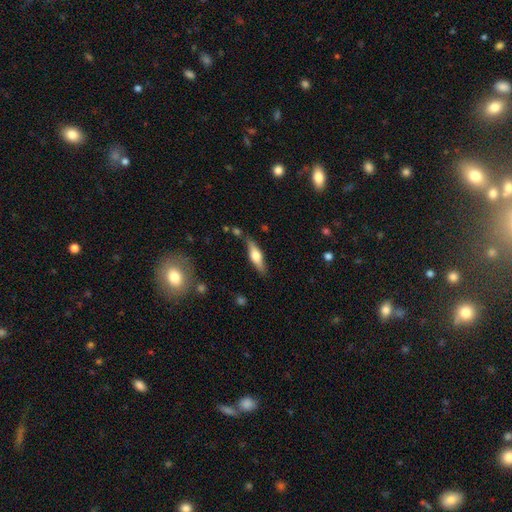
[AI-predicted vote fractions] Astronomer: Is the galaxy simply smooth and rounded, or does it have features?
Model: featured or disk — 48% (runner-up: smooth, 46%).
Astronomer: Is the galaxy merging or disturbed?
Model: none — 79%.